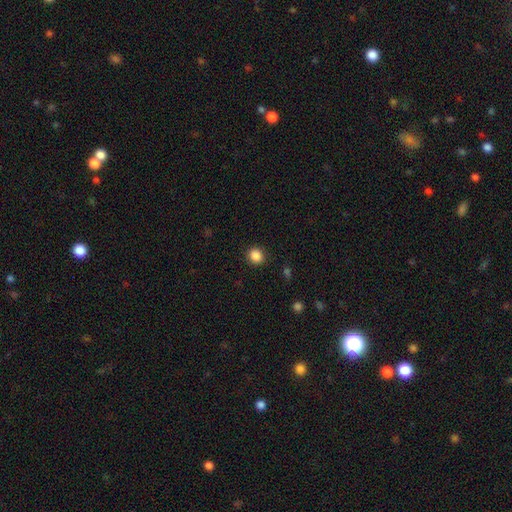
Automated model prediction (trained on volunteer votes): Smooth or featured: smooth — 87% (star or artifact — 10%)
How rounded: round — 78% (in between — 22%)
Merging: none — 90% (minor disturbance — 7%)